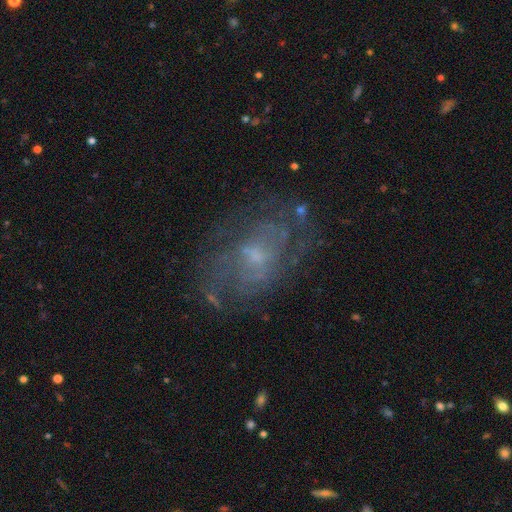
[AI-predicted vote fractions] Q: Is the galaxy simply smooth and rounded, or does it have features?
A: featured or disk — 66%.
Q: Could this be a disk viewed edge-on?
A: no — 95%.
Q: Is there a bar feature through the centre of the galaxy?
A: no — 68%.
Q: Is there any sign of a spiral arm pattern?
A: yes — 71%.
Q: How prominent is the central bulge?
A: small — 60%.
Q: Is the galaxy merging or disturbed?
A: none — 72%.